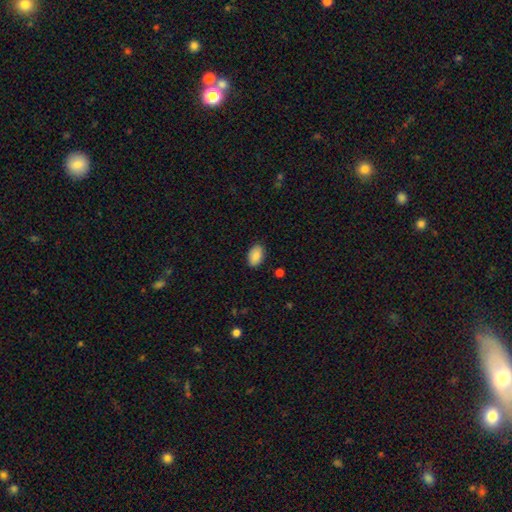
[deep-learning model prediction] Morphology: type=smooth (86%); roundness=in between (91%); merging=none (85%).